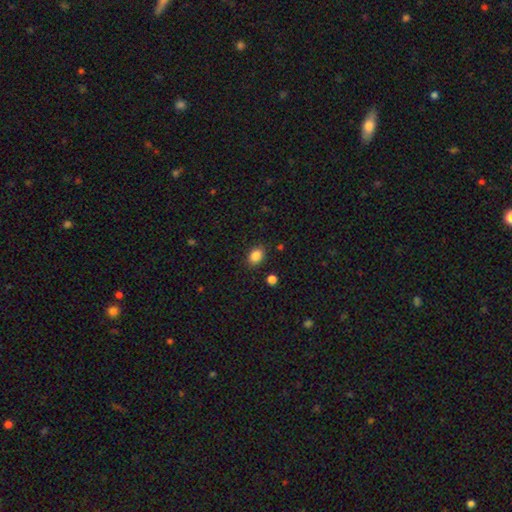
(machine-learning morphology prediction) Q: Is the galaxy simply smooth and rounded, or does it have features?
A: smooth — 86%.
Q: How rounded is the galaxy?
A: in between — 68%.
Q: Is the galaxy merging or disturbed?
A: none — 86%.